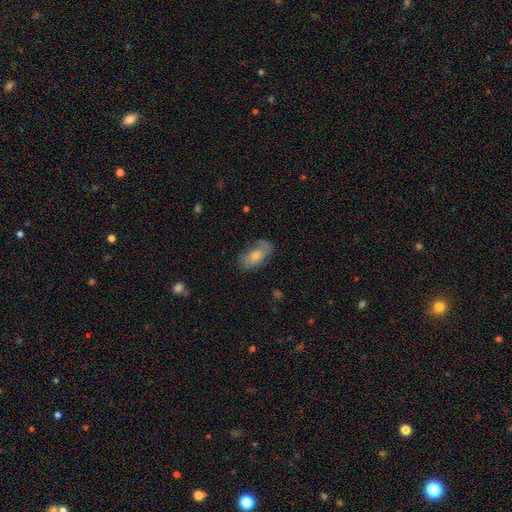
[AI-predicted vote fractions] smooth 58%, featured or disk 35%, star or artifact 8%. Down the decision tree: how rounded — in between (90%); merging — none (58%).